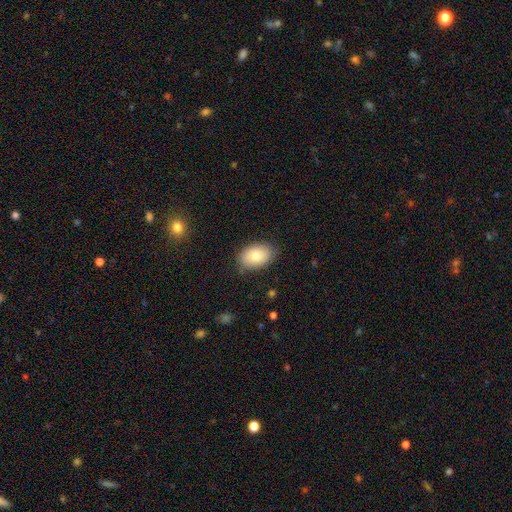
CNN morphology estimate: Q: Smooth or featured?
A: smooth (79%); runner-up: featured or disk (13%)
Q: How rounded?
A: in between (85%); runner-up: round (14%)
Q: Merging?
A: none (81%); runner-up: minor disturbance (15%)